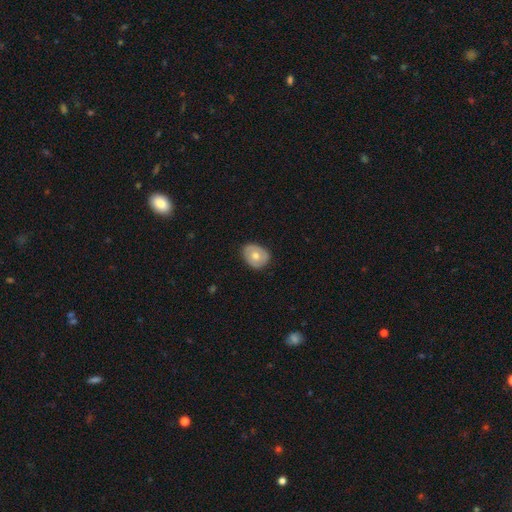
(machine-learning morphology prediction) Smooth or featured? Predicted: smooth (p=0.62). How rounded? Predicted: in between (p=0.53). Merging? Predicted: none (p=0.79).